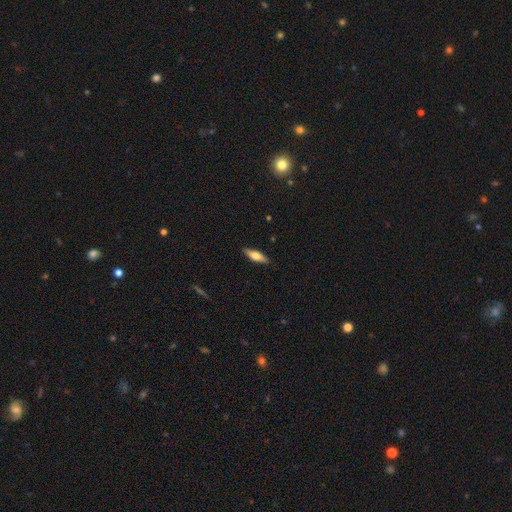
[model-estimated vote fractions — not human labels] Smooth or featured? Predicted: smooth (p=0.66). How rounded? Predicted: cigar-shaped (p=0.53). Merging? Predicted: none (p=0.87).